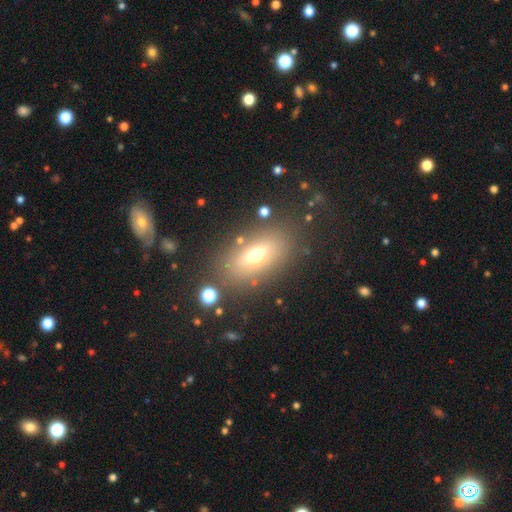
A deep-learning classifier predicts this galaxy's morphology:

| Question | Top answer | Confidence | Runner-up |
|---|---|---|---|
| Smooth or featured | smooth | 61% | featured or disk (26%) |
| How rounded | in between | 81% | cigar-shaped (10%) |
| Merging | none | 79% | minor disturbance (10%) |